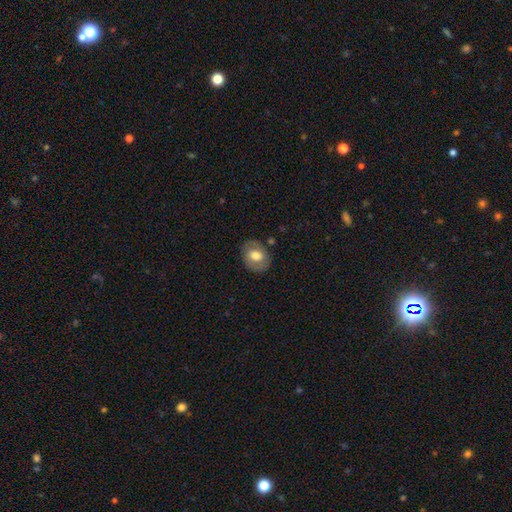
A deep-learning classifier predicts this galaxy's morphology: Overall: smooth (60%; featured or disk 33%). How rounded: in between (52%; round 47%). Merging: none (80%).